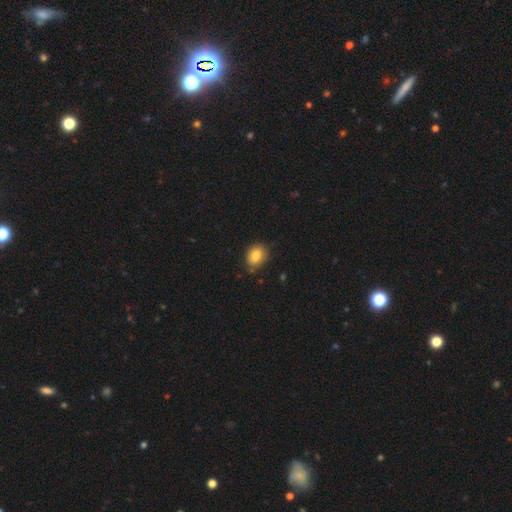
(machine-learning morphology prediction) smooth 82%, featured or disk 9%, star or artifact 9%. Down the decision tree: how rounded — in between (59%); merging — none (78%).